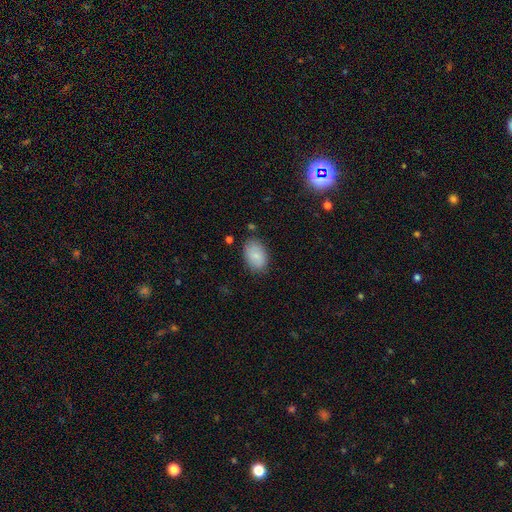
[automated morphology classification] smooth-or-featured: smooth: 83% | featured or disk: 10% | star or artifact: 7%
  how-rounded: in between: 90% | round: 9% | cigar-shaped: 1%
  merging: none: 81% | minor disturbance: 14% | major disturbance: 3% | merger: 2%